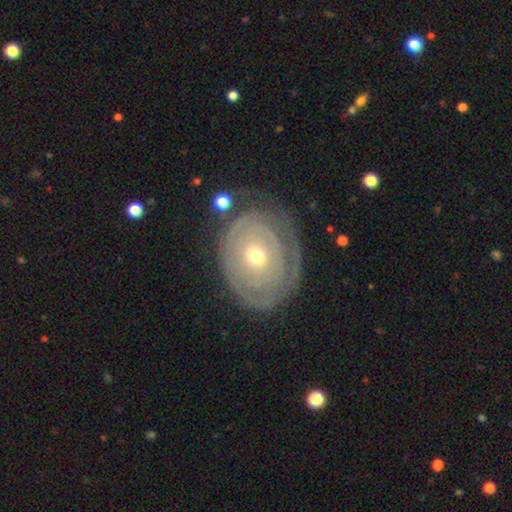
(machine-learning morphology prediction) Q: Smooth or featured?
A: featured or disk (74%); runner-up: smooth (20%)
Q: Edge-on disk?
A: no (95%); runner-up: yes (5%)
Q: Bar?
A: no (85%); runner-up: weak (12%)
Q: Spiral arms?
A: yes (68%); runner-up: no (32%)
Q: Bulge size?
A: small (56%); runner-up: moderate (40%)
Q: Merging?
A: none (68%); runner-up: minor disturbance (19%)